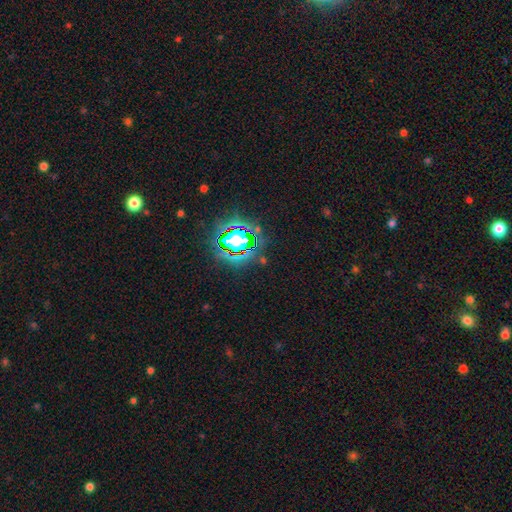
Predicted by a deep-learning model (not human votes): smooth_or_featured: star or artifact (p=0.80) [alt: smooth p=0.12]